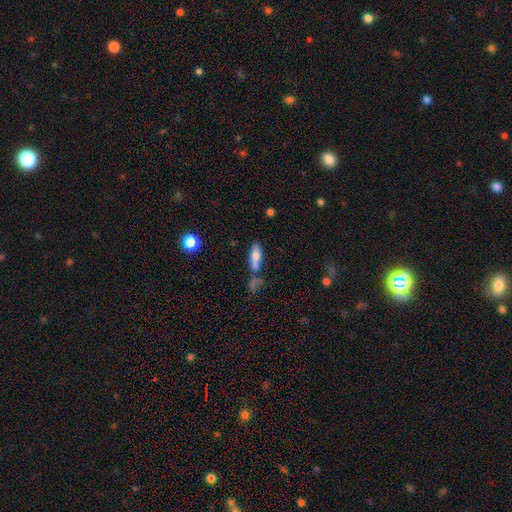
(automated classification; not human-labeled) Morphology: type=smooth (70%); roundness=in between (59%); merging=none (49%).